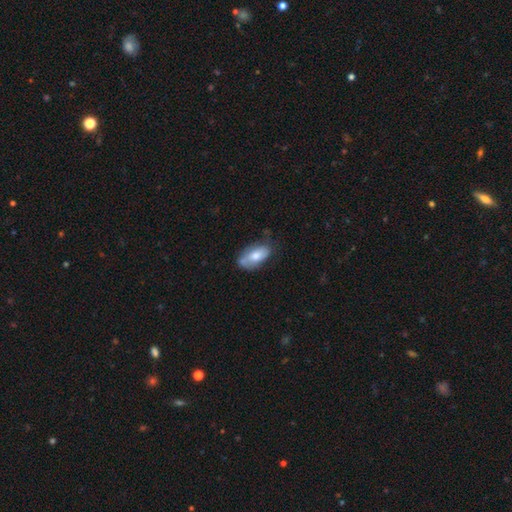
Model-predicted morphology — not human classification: smooth_or_featured: smooth (p=0.69) [alt: featured or disk p=0.24]
how_rounded: in between (p=0.92) [alt: cigar-shaped p=0.05]
merging: none (p=0.54) [alt: minor disturbance p=0.30]